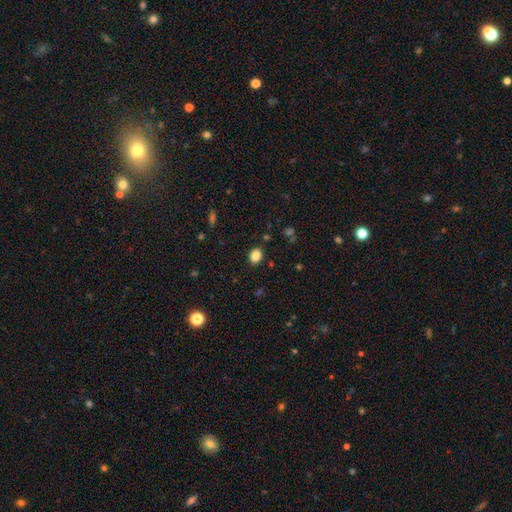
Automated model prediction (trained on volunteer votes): Smooth or featured? Predicted: smooth (p=0.86). How rounded? Predicted: in between (p=0.54). Merging? Predicted: none (p=0.88).